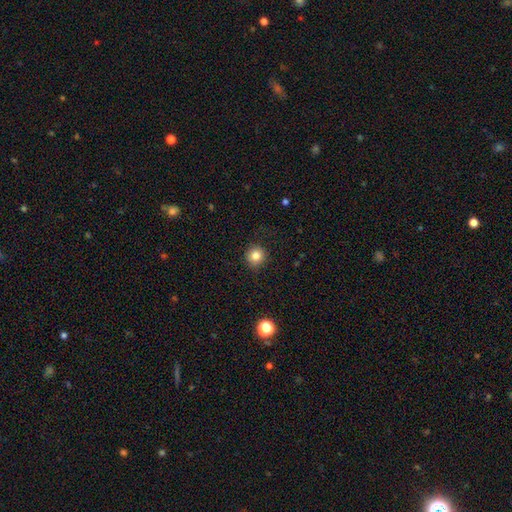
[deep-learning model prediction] Overall: smooth (82%). How rounded: round (94%). Merging: none (90%).